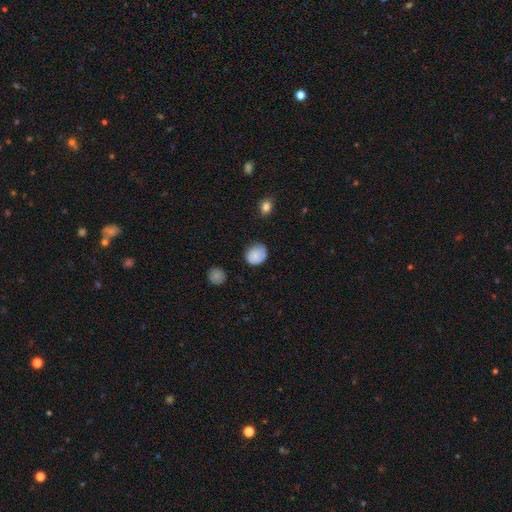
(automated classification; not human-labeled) This appears to be a smooth galaxy with no disk features (79%) that is round (65%). Merging: none (71%).